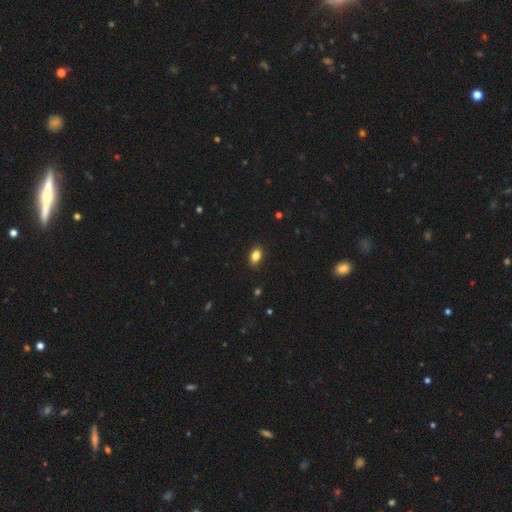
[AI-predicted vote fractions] Smooth or featured: smooth — 84% (star or artifact — 9%)
How rounded: in between — 85% (round — 13%)
Merging: none — 87% (minor disturbance — 10%)